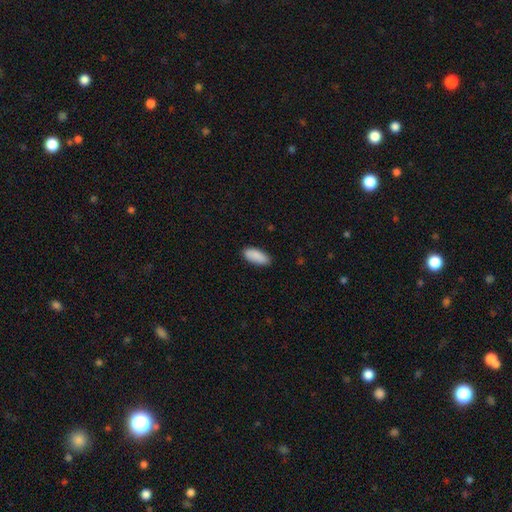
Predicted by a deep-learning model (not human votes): Morphology: type=smooth (90%); roundness=in between (85%); merging=none (87%).